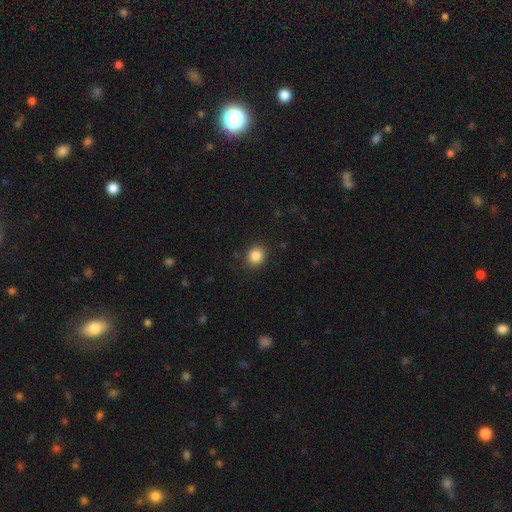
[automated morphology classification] A smooth galaxy with no disk features (86%) that is round (77%).

Vote fractions:
- Smooth or featured? smooth: 86% / star or artifact: 10% / featured or disk: 4%
- How rounded? round: 77% / in between: 23% / cigar-shaped: 1%
- Merging? none: 88% / minor disturbance: 8% / major disturbance: 3% / merger: 1%